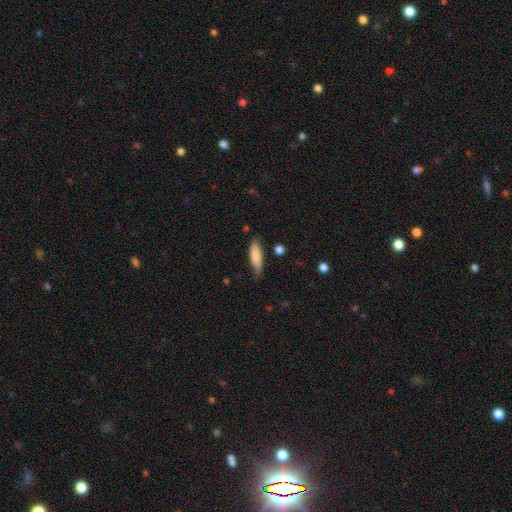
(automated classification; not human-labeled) Smooth or featured? Predicted: smooth (p=0.75). How rounded? Predicted: cigar-shaped (p=0.51). Merging? Predicted: none (p=0.58).